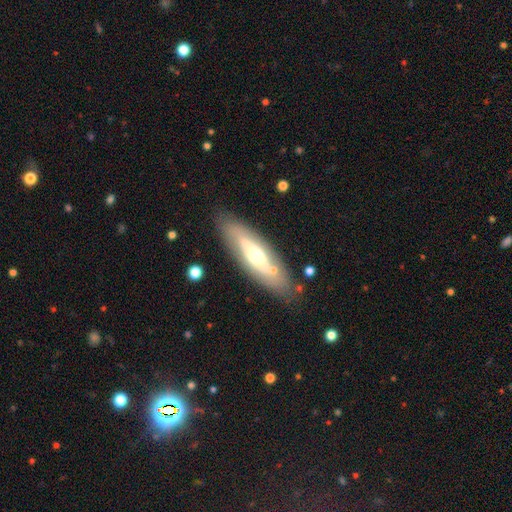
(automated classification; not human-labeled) Smooth or featured?
  - featured or disk: 53% *
  - smooth: 41%
  - star or artifact: 6%
Edge-on disk?
  - no: 57% *
  - yes: 43%
Merging?
  - none: 80% *
  - minor disturbance: 12%
  - major disturbance: 4%
  - merger: 4%